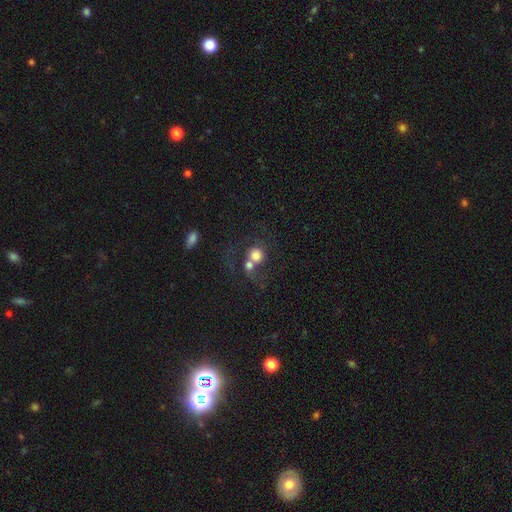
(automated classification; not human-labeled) smooth_or_featured: smooth (p=0.58) [alt: featured or disk p=0.32]
how_rounded: round (p=0.80) [alt: in between p=0.19]
merging: merger (p=0.62) [alt: none p=0.20]